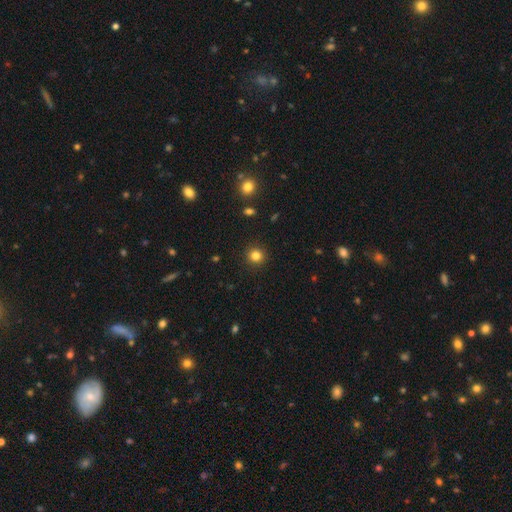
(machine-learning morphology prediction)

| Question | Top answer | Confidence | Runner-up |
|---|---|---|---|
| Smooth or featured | smooth | 83% | star or artifact (13%) |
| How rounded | round | 92% | in between (7%) |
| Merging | none | 92% | minor disturbance (5%) |